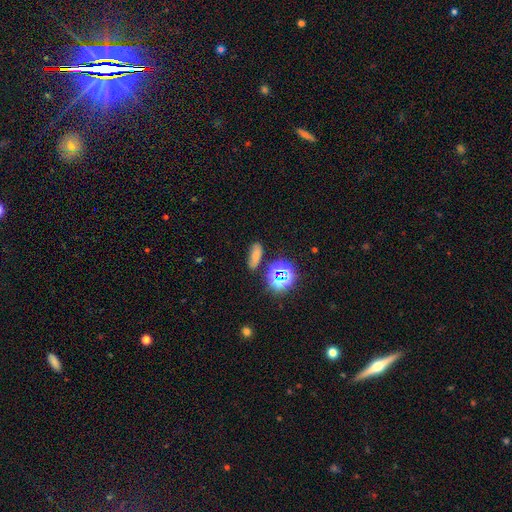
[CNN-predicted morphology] Smooth or featured?
  - smooth: 66% *
  - star or artifact: 25%
  - featured or disk: 9%
How rounded?
  - in between: 71% *
  - cigar-shaped: 20%
  - round: 9%
Merging?
  - none: 76% *
  - minor disturbance: 14%
  - merger: 6%
  - major disturbance: 4%